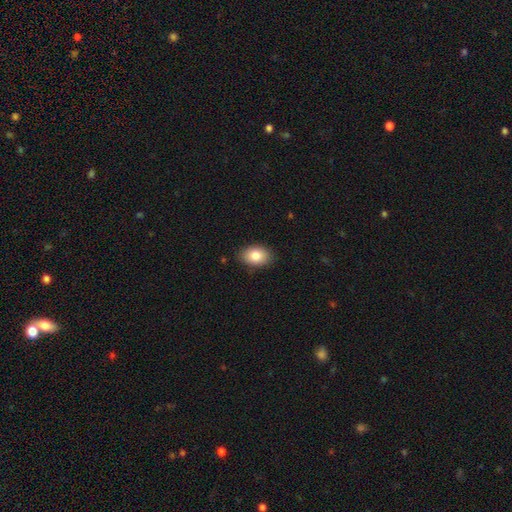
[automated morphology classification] smooth_or_featured: smooth (p=0.84) [alt: featured or disk p=0.08]
how_rounded: in between (p=0.85) [alt: round p=0.13]
merging: none (p=0.86) [alt: minor disturbance p=0.11]